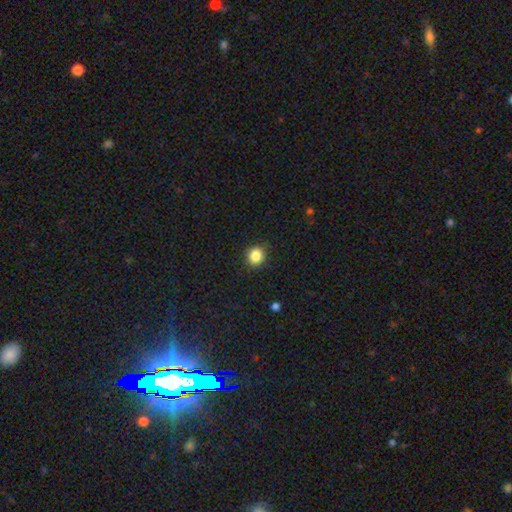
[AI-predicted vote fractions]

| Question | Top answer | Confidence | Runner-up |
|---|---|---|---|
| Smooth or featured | smooth | 86% | star or artifact (10%) |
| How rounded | round | 85% | in between (15%) |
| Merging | none | 88% | minor disturbance (8%) |